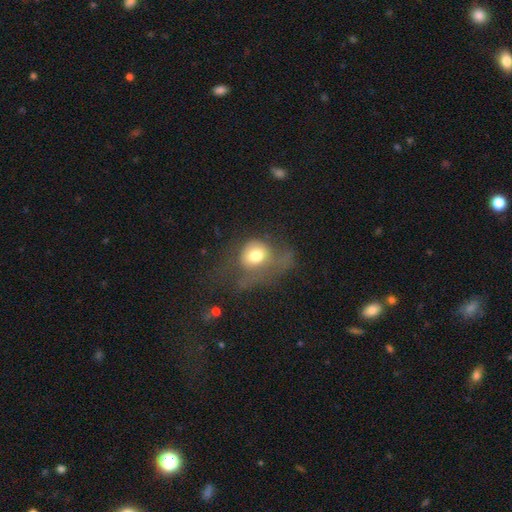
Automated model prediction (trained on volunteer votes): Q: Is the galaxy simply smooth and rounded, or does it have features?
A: smooth — 67%.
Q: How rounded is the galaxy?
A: round — 64%.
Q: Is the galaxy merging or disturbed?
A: major disturbance — 56%.